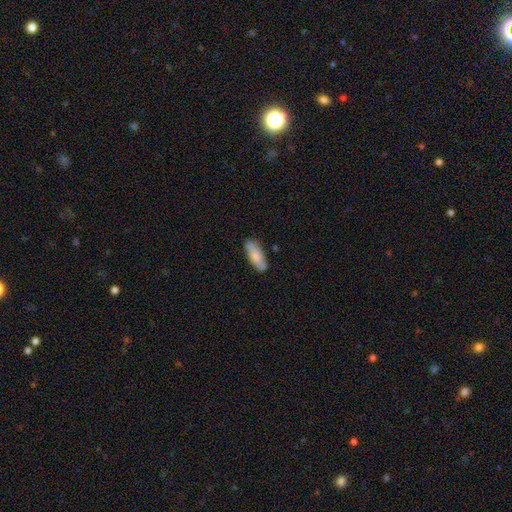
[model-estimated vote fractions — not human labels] Q: Smooth or featured?
A: smooth (71%); runner-up: featured or disk (23%)
Q: How rounded?
A: in between (69%); runner-up: cigar-shaped (29%)
Q: Merging?
A: none (80%); runner-up: minor disturbance (16%)